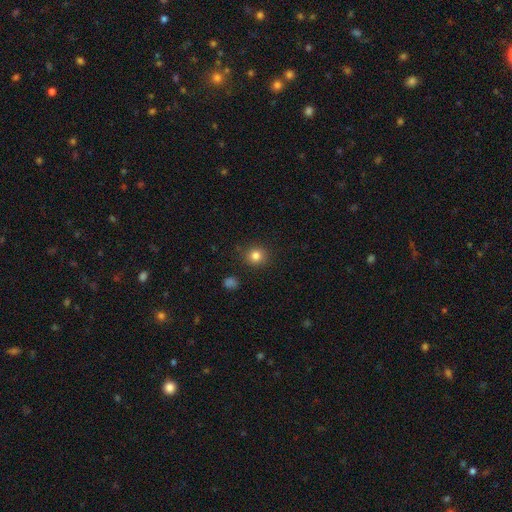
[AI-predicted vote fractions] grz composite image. It shows a smooth galaxy with no disk features (82%) that is round (89%). Merging: none (89%).